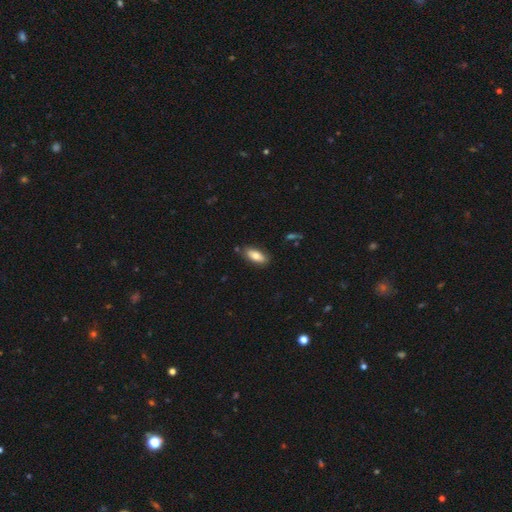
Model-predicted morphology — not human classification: A smooth galaxy with no disk features (79%) that is in between round and cigar-shaped (87%).

Vote fractions:
- Smooth or featured? smooth: 79% / featured or disk: 15% / star or artifact: 7%
- How rounded? in between: 87% / cigar-shaped: 11% / round: 2%
- Merging? none: 82% / minor disturbance: 13% / merger: 3% / major disturbance: 3%